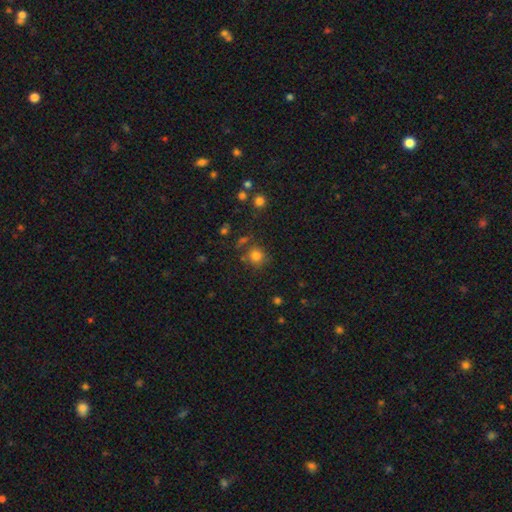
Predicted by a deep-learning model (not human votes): The model was most divided on "merging": none: 75%, minor disturbance: 11%, merger: 9%, major disturbance: 5%. More confident: how rounded — round (89%); smooth or featured — smooth (79%).